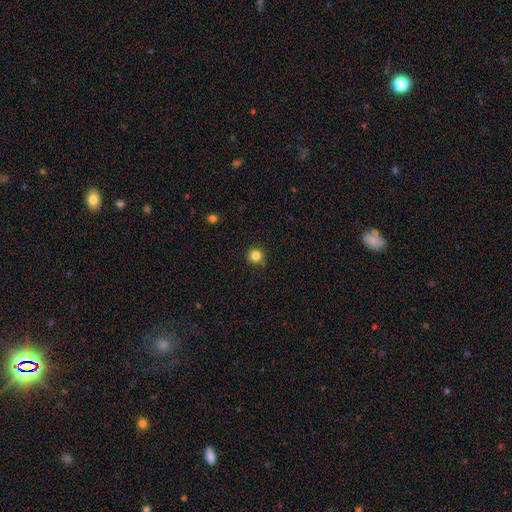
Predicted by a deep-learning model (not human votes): Overall: smooth (83%). How rounded: round (95%). Merging: none (88%).